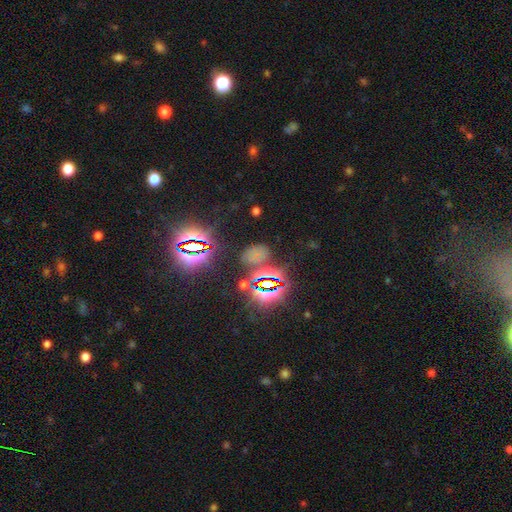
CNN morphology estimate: Overall: star or artifact (59%; smooth 32%).